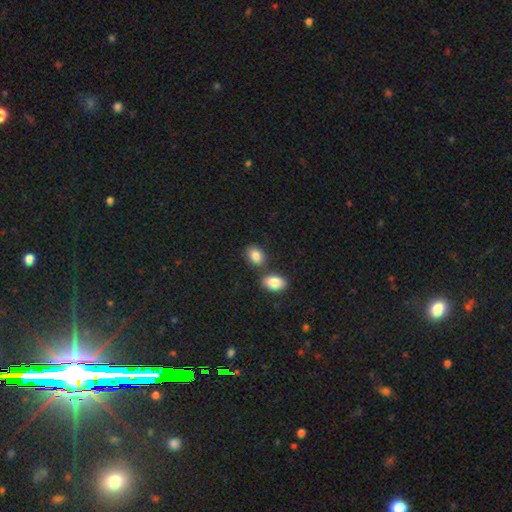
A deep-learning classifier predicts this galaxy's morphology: Smooth or featured?
  - smooth: 86% *
  - star or artifact: 8%
  - featured or disk: 6%
How rounded?
  - in between: 76% *
  - round: 22%
  - cigar-shaped: 1%
Merging?
  - none: 64% *
  - merger: 22%
  - minor disturbance: 11%
  - major disturbance: 3%